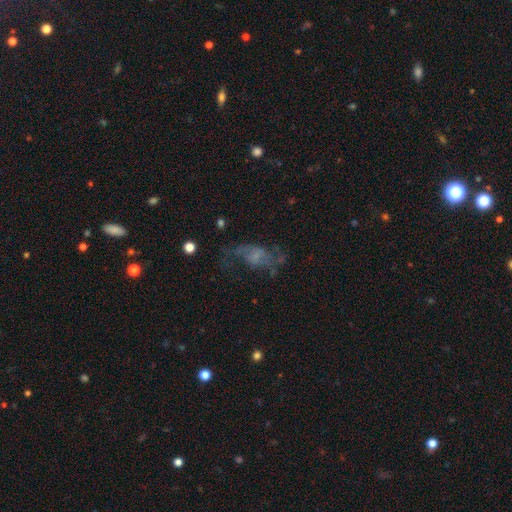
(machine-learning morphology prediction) A featured or disk galaxy (54%) with no bar (63%), spiral arms (58%) and no central bulge (44%). Merging: none (41%).